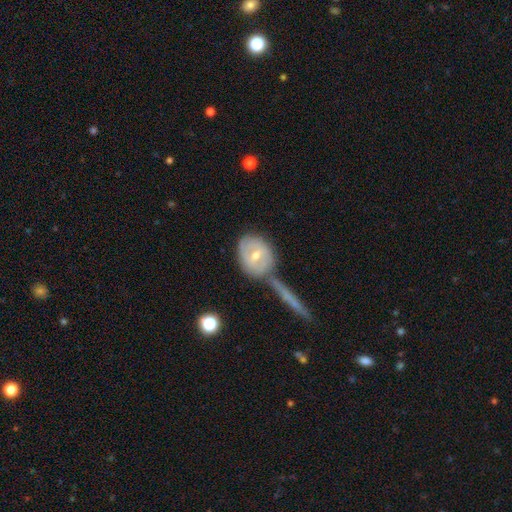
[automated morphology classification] smooth_or_featured: featured or disk (p=0.51) [alt: smooth p=0.42]
disk_edge_on: no (p=0.90) [alt: yes p=0.10]
merging: none (p=0.58) [alt: merger p=0.20]